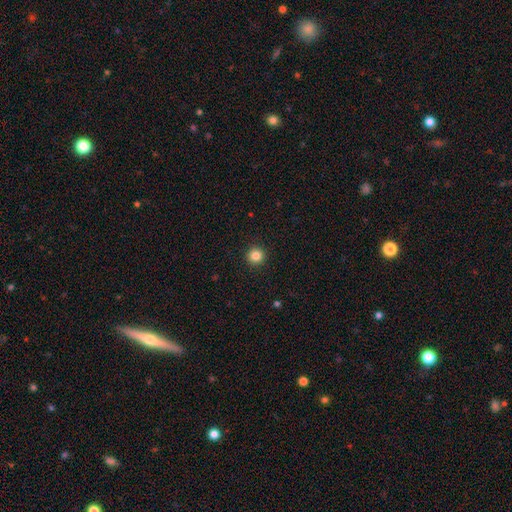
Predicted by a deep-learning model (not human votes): A smooth galaxy with no disk features (84%) that is round (96%).

Vote fractions:
- Smooth or featured? smooth: 84% / star or artifact: 12% / featured or disk: 4%
- How rounded? round: 96% / in between: 3% / cigar-shaped: 1%
- Merging? none: 93% / minor disturbance: 4% / major disturbance: 2% / merger: 1%